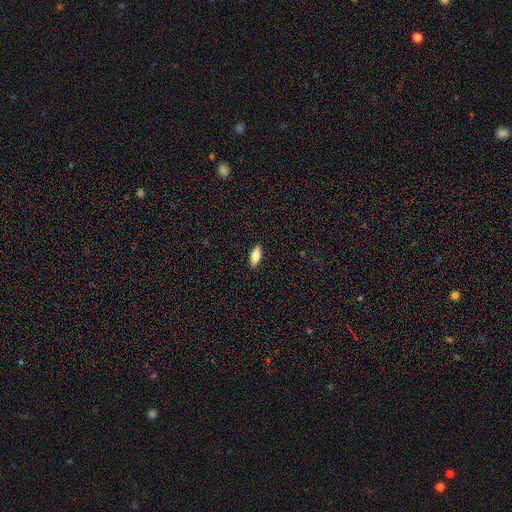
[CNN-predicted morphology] Smooth or featured? smooth (67%)
How rounded? in between (71%)
Merging? none (89%)